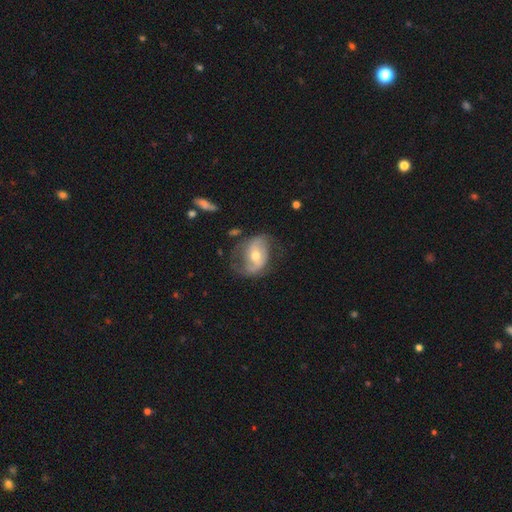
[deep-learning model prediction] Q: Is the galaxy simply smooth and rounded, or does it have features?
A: featured or disk — 70%.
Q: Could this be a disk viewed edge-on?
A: no — 95%.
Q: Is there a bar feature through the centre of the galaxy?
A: weak — 37%.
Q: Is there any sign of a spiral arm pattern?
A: yes — 76%.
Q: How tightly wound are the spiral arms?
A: loose — 40%, tied with medium.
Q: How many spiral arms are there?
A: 2 — 77%.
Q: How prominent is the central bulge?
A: moderate — 62%.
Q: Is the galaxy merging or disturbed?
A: none — 52%.